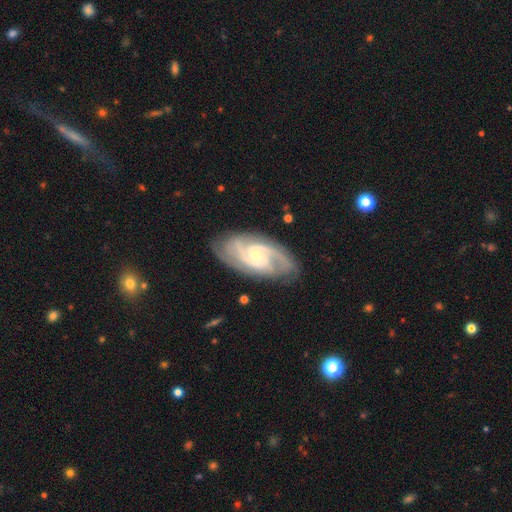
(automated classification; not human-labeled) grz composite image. It shows a featured or disk galaxy (89%) with no bar (56%), 2 (36%) tight (52%) spiral arms (98%) and a small central bulge (69%). Merging: none (79%).